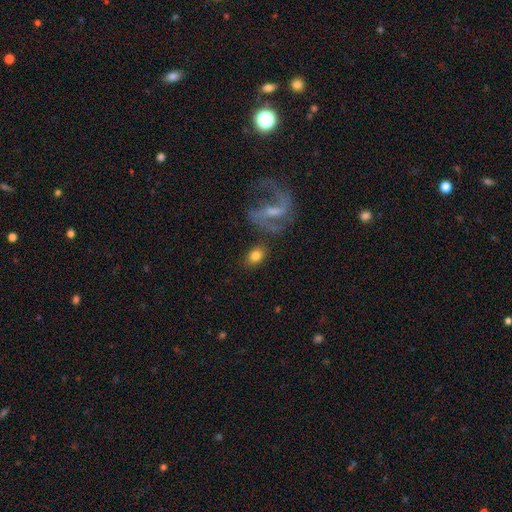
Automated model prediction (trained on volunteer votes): Smooth or featured? Predicted: smooth (p=0.74). How rounded? Predicted: in between (p=0.75). Merging? Predicted: none (p=0.75).